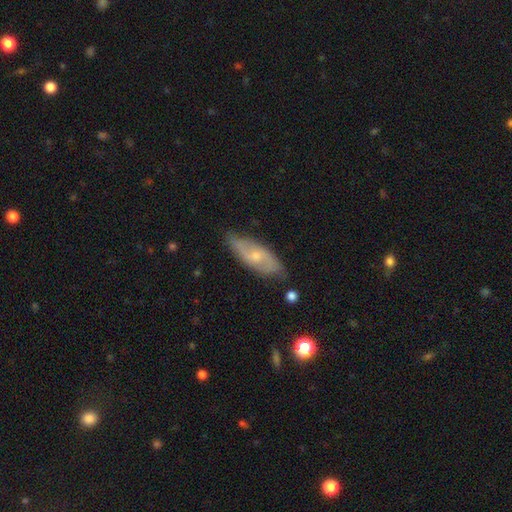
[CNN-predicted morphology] A featured or disk galaxy (65%) with no bar (59%), spiral arms (84%) and a small central bulge (60%).

Vote fractions:
- Smooth or featured? featured or disk: 65% / smooth: 28% / star or artifact: 7%
- Edge-on disk? no: 84% / yes: 16%
- Bar? no: 59% / weak: 34% / strong: 7%
- Spiral arms? yes: 84% / no: 16%
- Bulge size? small: 60% / moderate: 35% / none: 3% / large: 1% / dominant: 1%
- Merging? none: 74% / minor disturbance: 20% / major disturbance: 4% / merger: 2%